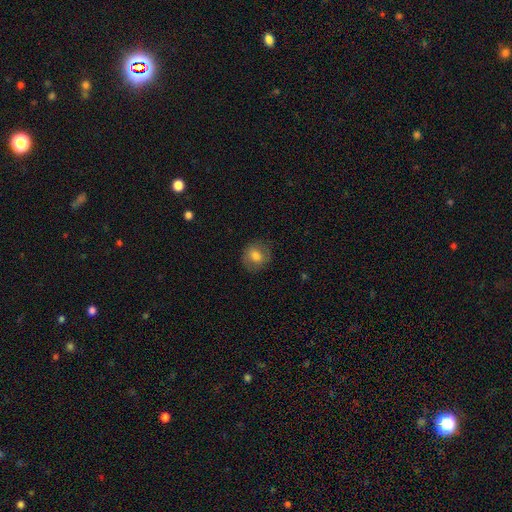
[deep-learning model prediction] smooth 70%, featured or disk 21%, star or artifact 9%. Down the decision tree: how rounded — round (77%); merging — none (81%).